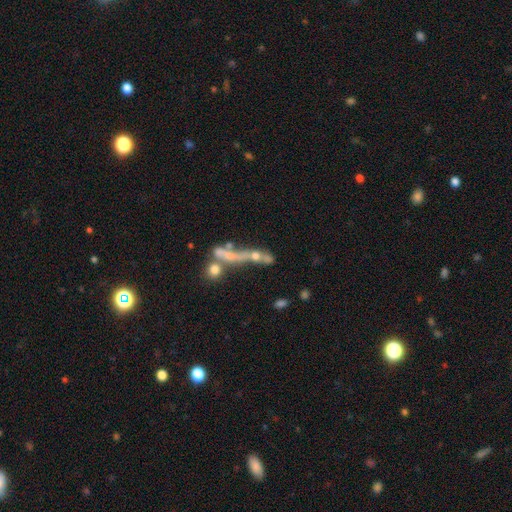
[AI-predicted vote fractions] Morphology: type=smooth (44%); merging=merger (46%).